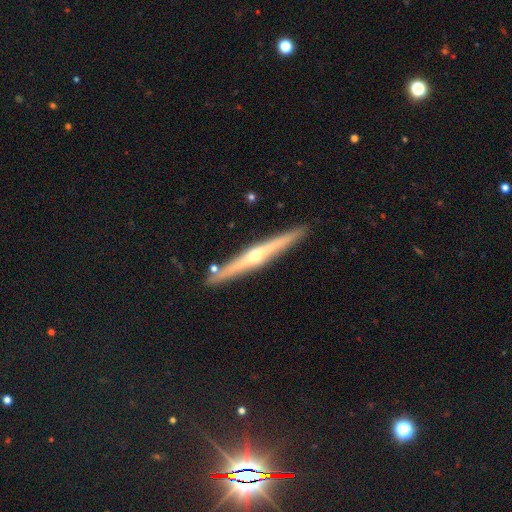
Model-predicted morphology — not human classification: Smooth or featured? Predicted: featured or disk (p=0.77). Edge-on disk? Predicted: yes (p=0.97). Edge-on bulge? Predicted: rounded (p=0.87). Merging? Predicted: none (p=0.89).